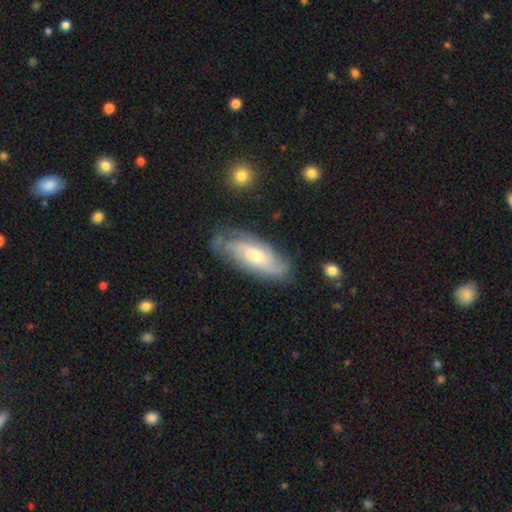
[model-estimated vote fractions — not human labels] Smooth or featured? featured or disk (72%)
Edge-on disk? no (87%)
Bar? no (66%)
Spiral arms? yes (91%)
Spiral winding? tight (44%)
Spiral arm count? can't tell (35%)
Bulge size? moderate (56%)
Merging? none (71%)